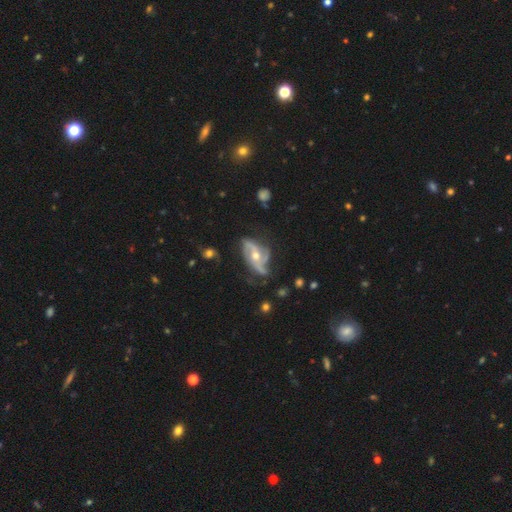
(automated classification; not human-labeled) Smooth or featured? featured or disk (86%)
Edge-on disk? no (95%)
Bar? no (54%)
Spiral arms? yes (95%)
Spiral winding? loose (45%)
Spiral arm count? 2 (45%)
Bulge size? moderate (61%)
Merging? none (58%)